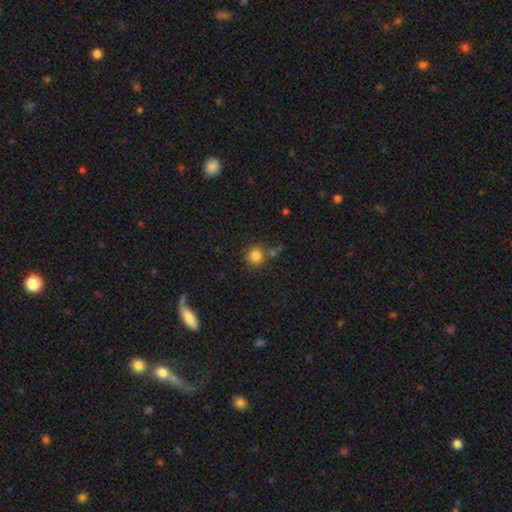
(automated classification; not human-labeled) smooth-or-featured: smooth: 83% | star or artifact: 11% | featured or disk: 6%
  how-rounded: round: 89% | in between: 10% | cigar-shaped: 1%
  merging: none: 72% | merger: 13% | minor disturbance: 11% | major disturbance: 4%